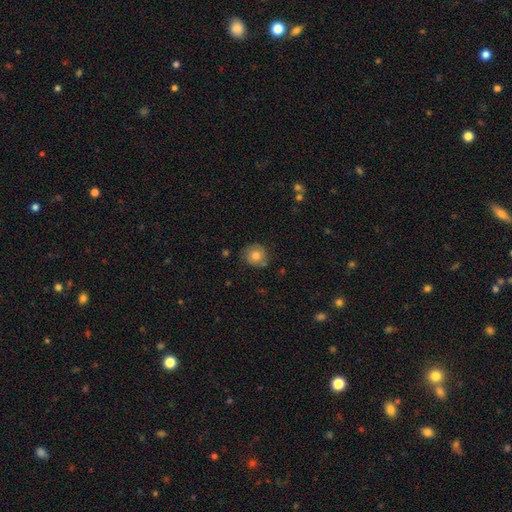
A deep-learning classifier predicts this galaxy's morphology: The model was most divided on "smooth or featured": smooth: 78%, featured or disk: 12%, star or artifact: 10%. More confident: how rounded — round (91%); merging — none (81%).